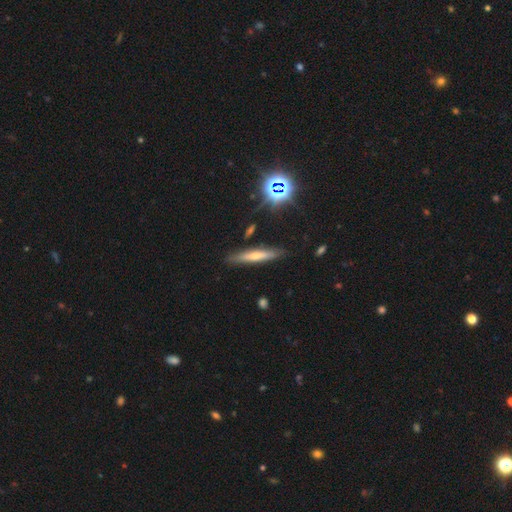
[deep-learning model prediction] Smooth or featured: smooth — 45% (featured or disk — 43%)
Merging: none — 85% (minor disturbance — 10%)